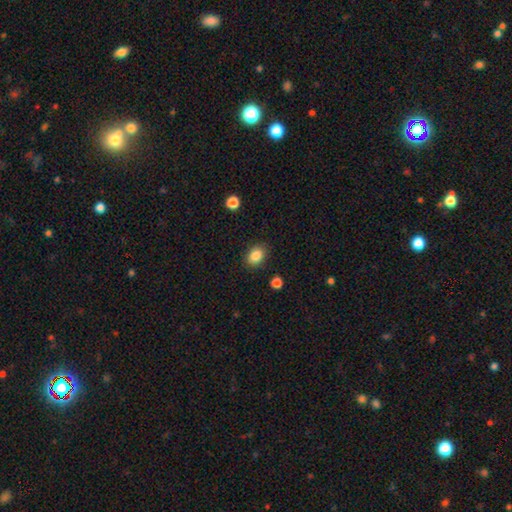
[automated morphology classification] type=smooth (86%); roundness=in between (64%); merging=none (85%).